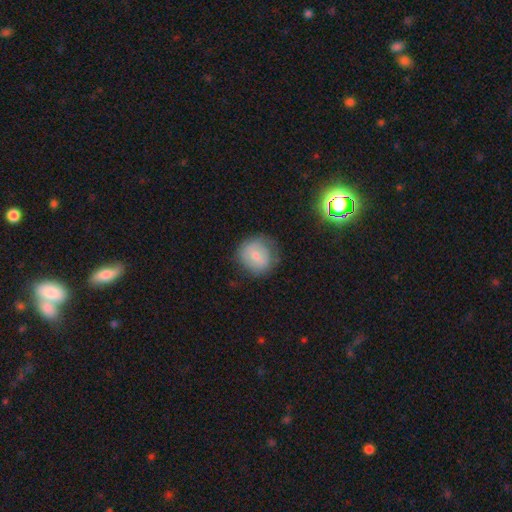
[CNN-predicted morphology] Smooth or featured?
  - smooth: 64% *
  - featured or disk: 27%
  - star or artifact: 8%
How rounded?
  - round: 87% *
  - in between: 12%
  - cigar-shaped: 1%
Merging?
  - none: 71% *
  - minor disturbance: 20%
  - major disturbance: 7%
  - merger: 2%